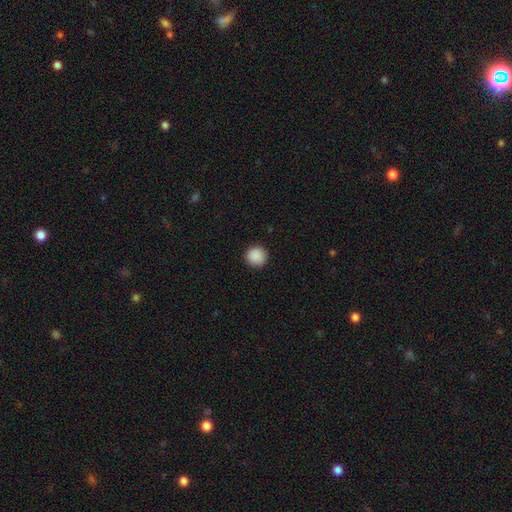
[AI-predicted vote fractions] smooth_or_featured: smooth (p=0.90) [alt: star or artifact p=0.08]
how_rounded: round (p=0.96) [alt: in between p=0.03]
merging: none (p=0.92) [alt: minor disturbance p=0.05]